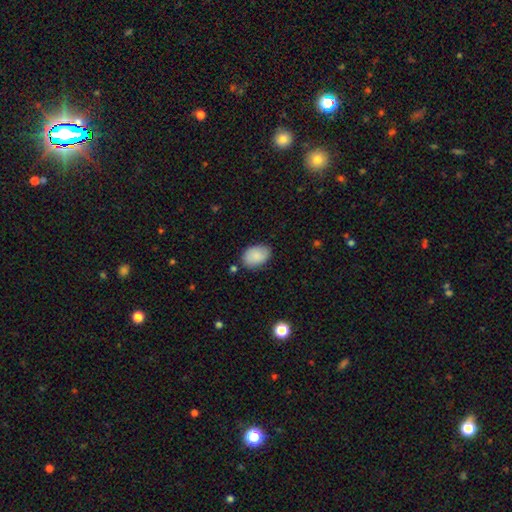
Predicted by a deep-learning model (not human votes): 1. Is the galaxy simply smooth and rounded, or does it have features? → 85% smooth, 8% featured or disk, 7% star or artifact.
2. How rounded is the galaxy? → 85% in between, 14% round, 1% cigar-shaped.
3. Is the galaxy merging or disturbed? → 79% none, 16% minor disturbance, 3% major disturbance, 3% merger.